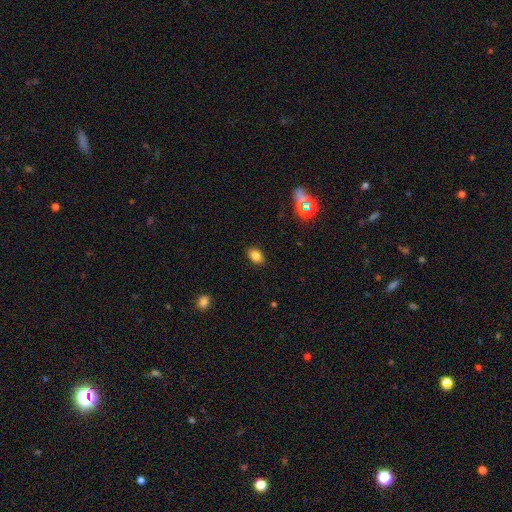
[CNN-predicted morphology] Smooth or featured? Predicted: smooth (p=0.82). How rounded? Predicted: in between (p=0.76). Merging? Predicted: none (p=0.88).